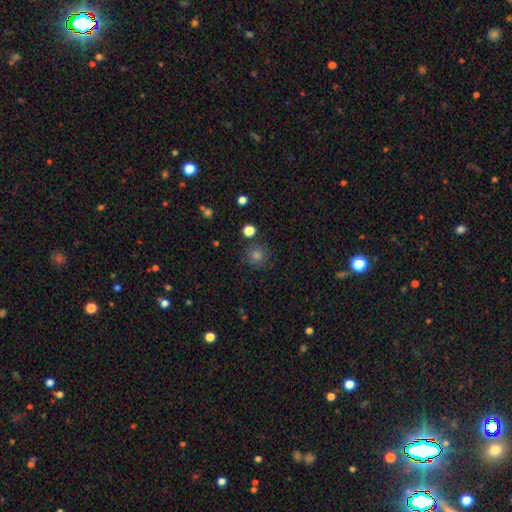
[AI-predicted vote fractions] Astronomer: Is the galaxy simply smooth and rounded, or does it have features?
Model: smooth — 67%.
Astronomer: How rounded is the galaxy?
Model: round — 94%.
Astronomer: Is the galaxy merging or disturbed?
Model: none — 89%.